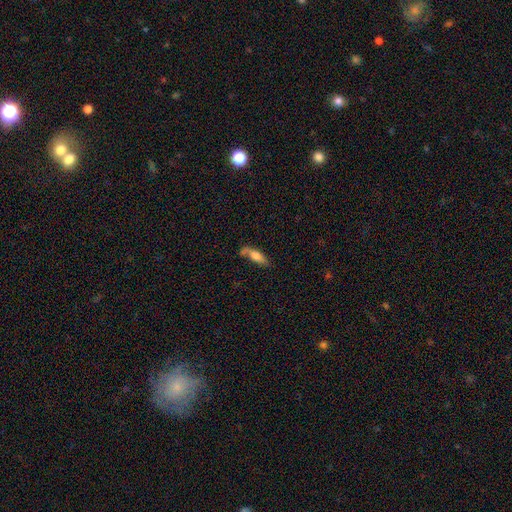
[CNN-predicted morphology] The model was most divided on "how rounded": in between: 56%, cigar-shaped: 41%, round: 3%. Remaining: smooth or featured — smooth (68%); merging — none (49%).